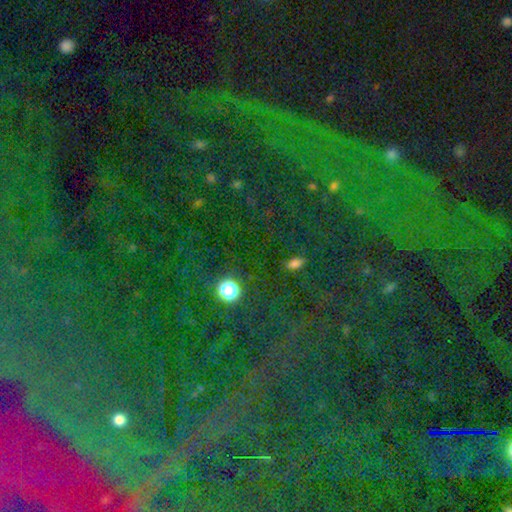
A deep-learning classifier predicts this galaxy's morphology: This appears to be a star or artifact, not a galaxy (74%).